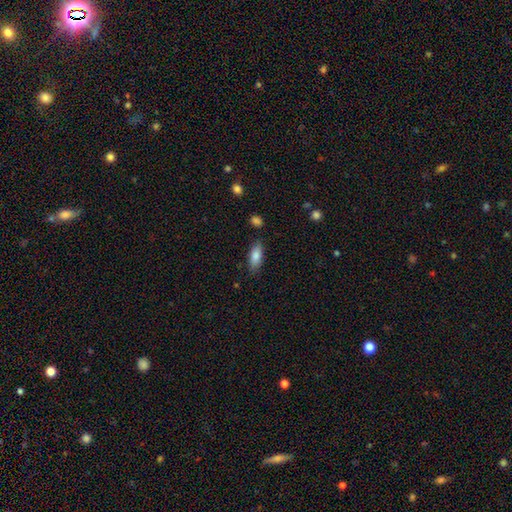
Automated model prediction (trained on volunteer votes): smooth_or_featured: smooth (p=0.82) [alt: featured or disk p=0.11]
how_rounded: in between (p=0.75) [alt: cigar-shaped p=0.23]
merging: none (p=0.81) [alt: minor disturbance p=0.13]